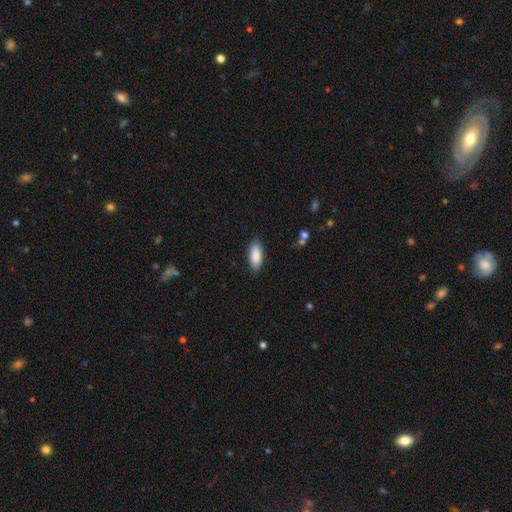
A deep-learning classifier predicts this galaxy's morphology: A smooth galaxy with no disk features (88%) that is in between round and cigar-shaped (82%).

Vote fractions:
- Smooth or featured? smooth: 88% / featured or disk: 6% / star or artifact: 6%
- How rounded? in between: 82% / cigar-shaped: 17% / round: 2%
- Merging? none: 85% / minor disturbance: 11% / major disturbance: 2% / merger: 1%